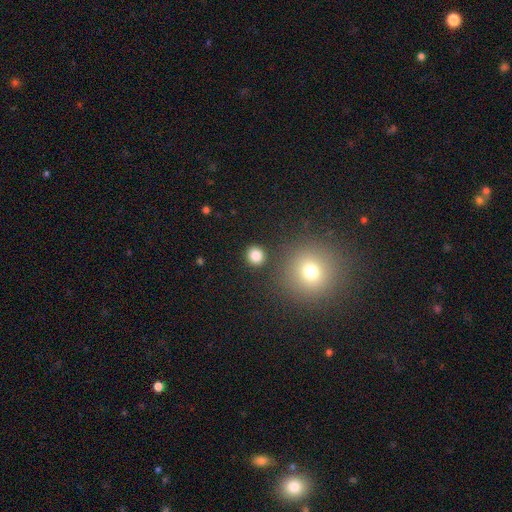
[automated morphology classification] Smooth or featured: smooth — 83% (star or artifact — 13%)
How rounded: round — 90% (in between — 9%)
Merging: none — 88% (minor disturbance — 6%)